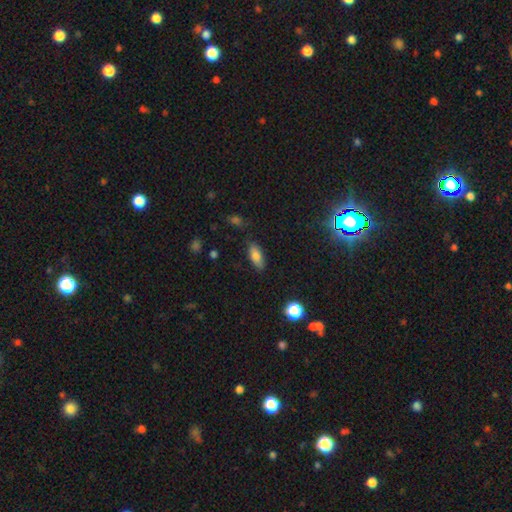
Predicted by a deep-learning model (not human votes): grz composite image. It shows a smooth galaxy with no disk features (80%) that is in between round and cigar-shaped (82%). Merging: none (80%).